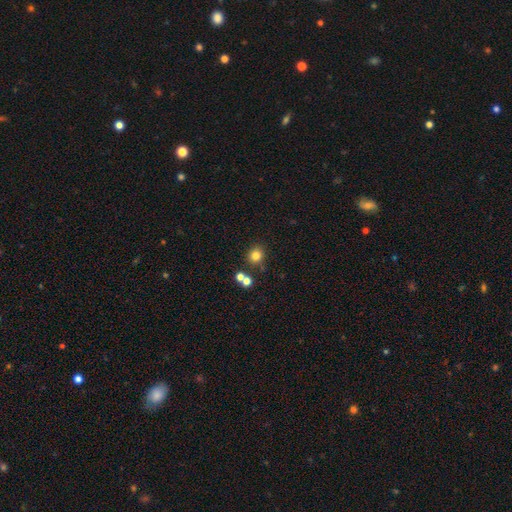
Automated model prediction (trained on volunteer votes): This is likely a smooth galaxy (79%). How rounded: clearly round (86%). Merging: likely none (79%).